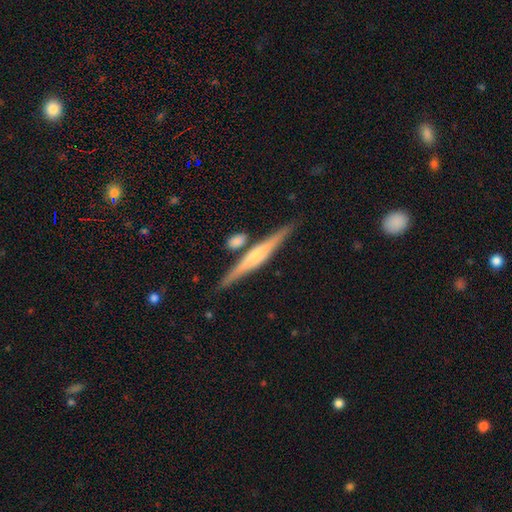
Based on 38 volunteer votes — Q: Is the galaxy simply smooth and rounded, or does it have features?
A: featured or disk — 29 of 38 (76%).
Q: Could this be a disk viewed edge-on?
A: yes — 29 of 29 (100%).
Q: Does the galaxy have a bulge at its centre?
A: rounded — 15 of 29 (52%).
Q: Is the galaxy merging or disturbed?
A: none — 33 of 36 (92%).